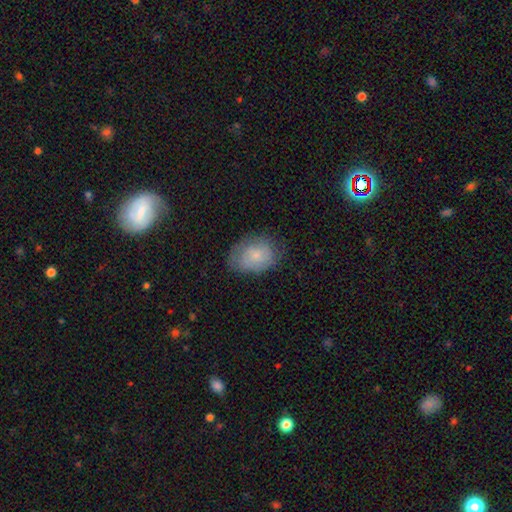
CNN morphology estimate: The model was most divided on "how rounded": in between: 68%, round: 31%, cigar-shaped: 1%. More confident: smooth or featured — smooth (70%); merging — none (64%).